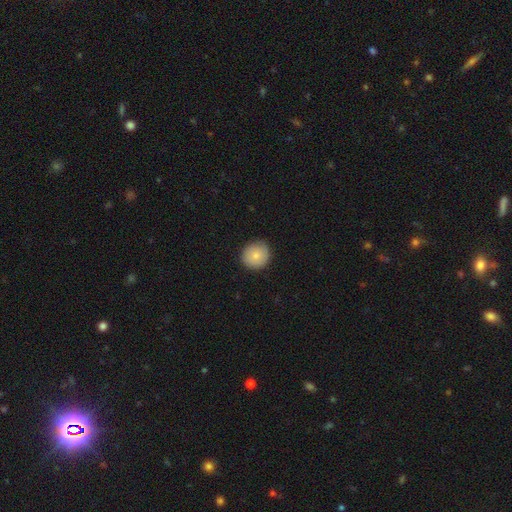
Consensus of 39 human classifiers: A smooth galaxy with no disk features (82%) that is round (100%). Merging: none (78%).